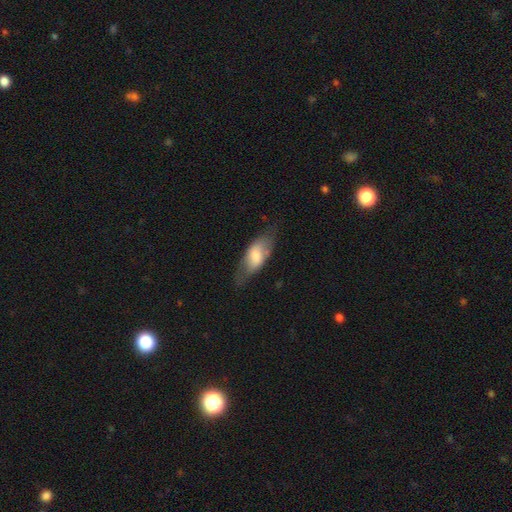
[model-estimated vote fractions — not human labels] smooth_or_featured: smooth (p=0.59) [alt: featured or disk p=0.34]
how_rounded: in between (p=0.81) [alt: cigar-shaped p=0.16]
merging: none (p=0.63) [alt: minor disturbance p=0.25]